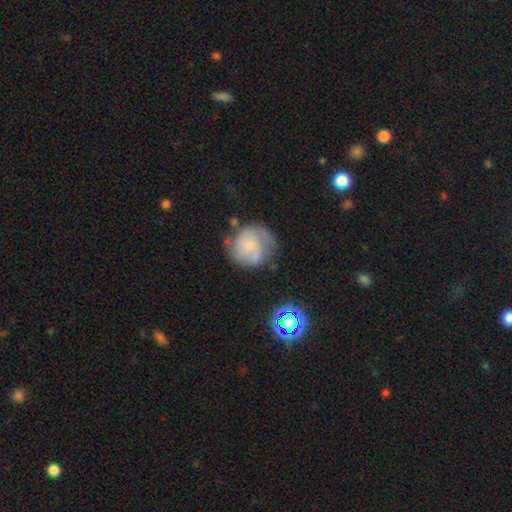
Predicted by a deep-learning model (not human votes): smooth_or_featured: featured or disk (p=0.58) [alt: smooth p=0.32]
disk_edge_on: no (p=0.98) [alt: yes p=0.02]
bar: no (p=0.70) [alt: weak p=0.26]
has_spiral_arms: yes (p=0.84) [alt: no p=0.16]
bulge_size: small (p=0.70) [alt: moderate p=0.16]
merging: none (p=0.57) [alt: minor disturbance p=0.25]